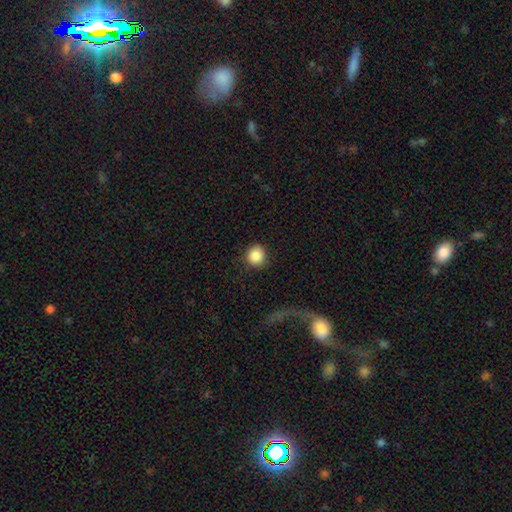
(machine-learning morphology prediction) smooth 87%, star or artifact 8%, featured or disk 4%. Down the decision tree: how rounded — round (90%); merging — none (82%).